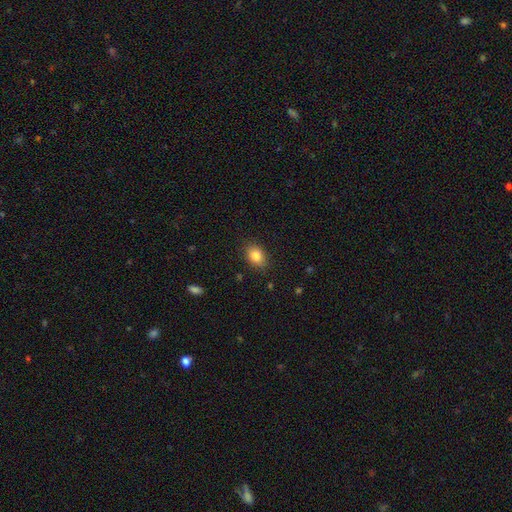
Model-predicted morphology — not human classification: This is clearly a smooth galaxy (83%). How rounded: likely in between (75%). Merging: clearly none (85%).